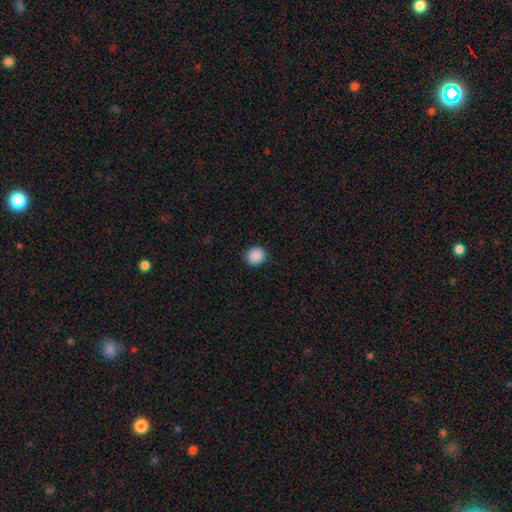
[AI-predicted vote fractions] The model was most divided on "how rounded": round: 86%, in between: 13%, cigar-shaped: 1%. More confident: merging — none (90%); smooth or featured — smooth (89%).